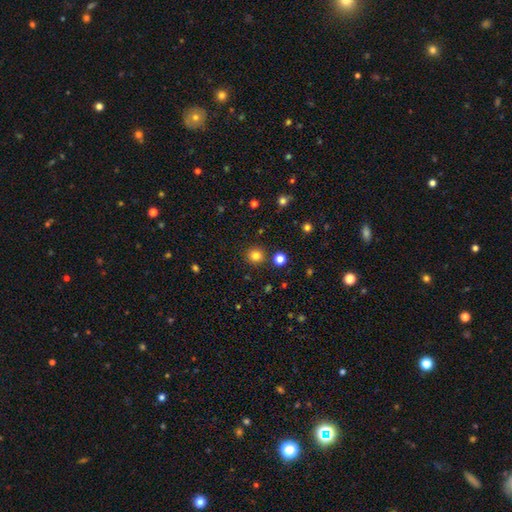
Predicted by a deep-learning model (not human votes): Morphology: type=smooth (82%); roundness=round (92%); merging=none (89%).